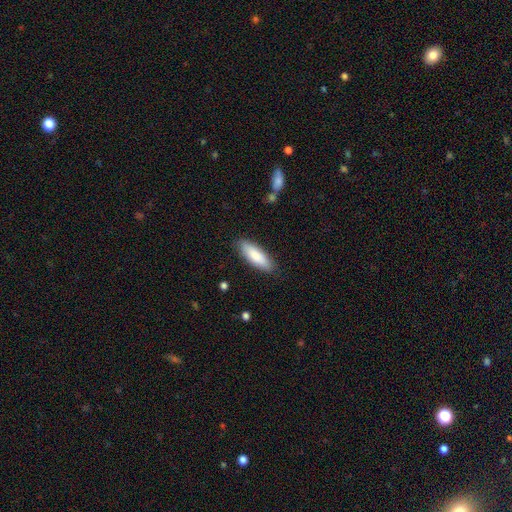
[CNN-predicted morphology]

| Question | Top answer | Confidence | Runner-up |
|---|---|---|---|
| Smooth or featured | smooth | 84% | featured or disk (11%) |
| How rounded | in between | 51% | cigar-shaped (47%) |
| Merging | none | 86% | minor disturbance (10%) |